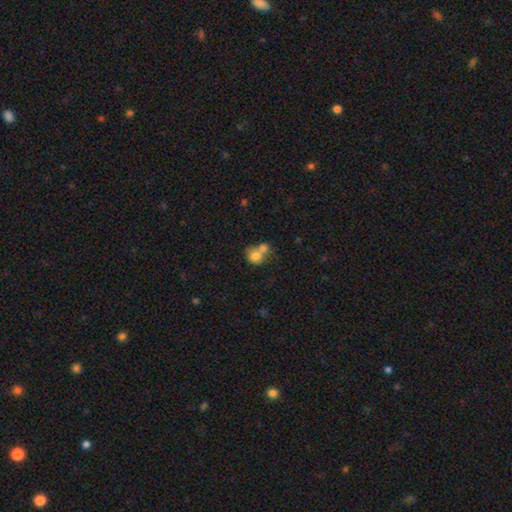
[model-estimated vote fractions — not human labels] This appears to be a smooth galaxy with no disk features (76%) that is round (75%). Merging: merger (60%).